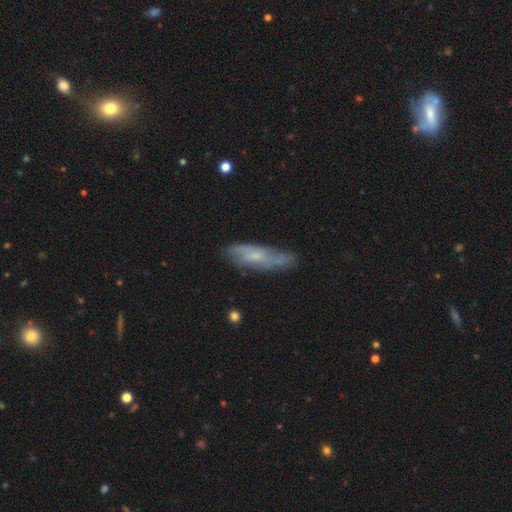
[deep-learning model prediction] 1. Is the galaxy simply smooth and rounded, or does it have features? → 50% featured or disk, 42% smooth, 7% star or artifact.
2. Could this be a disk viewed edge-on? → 68% no, 32% yes.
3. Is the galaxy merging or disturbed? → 63% none, 26% minor disturbance, 8% major disturbance, 3% merger.